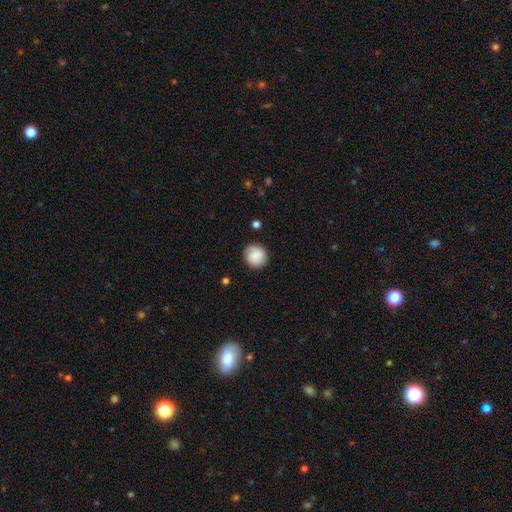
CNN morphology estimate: smooth_or_featured: smooth (p=0.78) [alt: featured or disk p=0.14]
how_rounded: round (p=0.88) [alt: in between p=0.11]
merging: none (p=0.84) [alt: minor disturbance p=0.11]